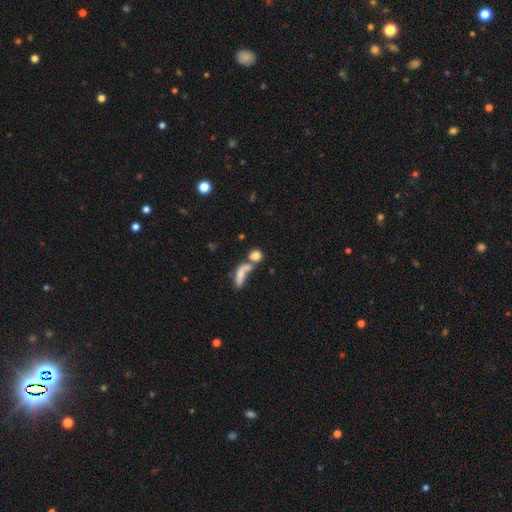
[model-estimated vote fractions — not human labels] Overall: smooth (76%). How rounded: round (62%; in between 29%). Merging: merger (48%; none 35%).